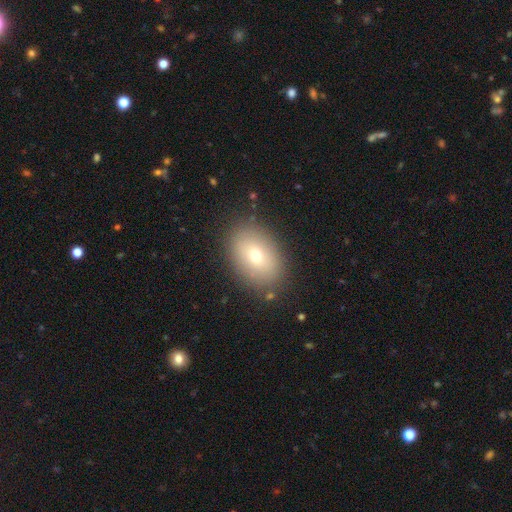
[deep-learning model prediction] A smooth galaxy with no disk features (71%) that is in between round and cigar-shaped (81%).

Vote fractions:
- Smooth or featured? smooth: 71% / featured or disk: 19% / star or artifact: 10%
- How rounded? in between: 81% / round: 18% / cigar-shaped: 1%
- Merging? none: 85% / minor disturbance: 10% / major disturbance: 3% / merger: 2%